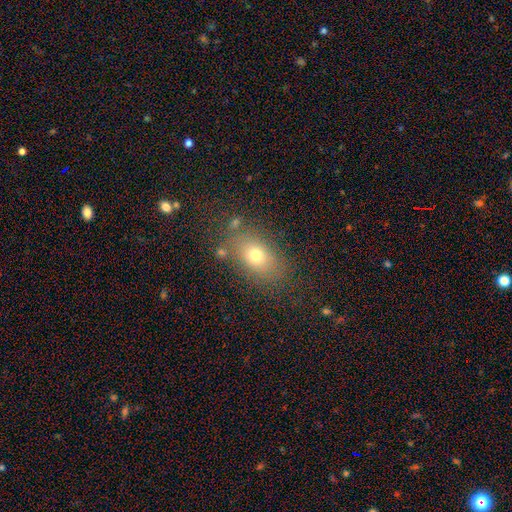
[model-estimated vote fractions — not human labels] smooth-or-featured: smooth: 71% | featured or disk: 17% | star or artifact: 13%
  how-rounded: in between: 80% | round: 18% | cigar-shaped: 2%
  merging: none: 75% | minor disturbance: 14% | major disturbance: 6% | merger: 4%